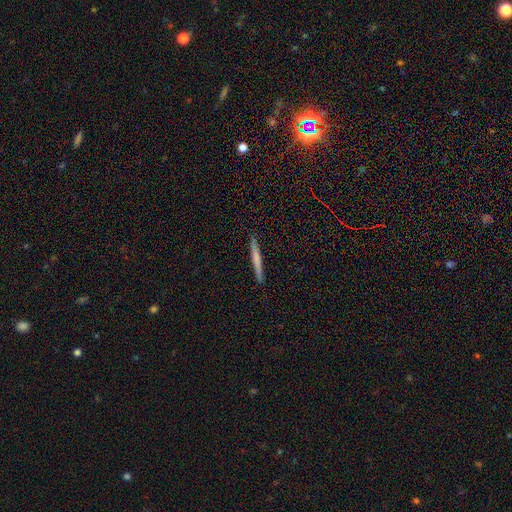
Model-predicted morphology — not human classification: This is possibly a smooth galaxy (51%). How rounded: clearly cigar-shaped (96%). Merging: clearly none (92%).